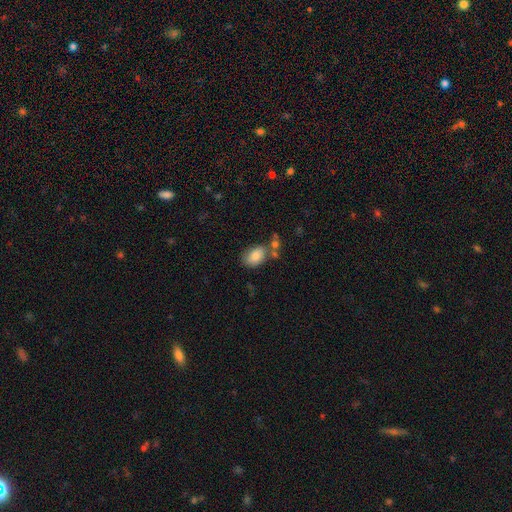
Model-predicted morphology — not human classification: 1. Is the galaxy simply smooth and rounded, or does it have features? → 82% smooth, 10% featured or disk, 8% star or artifact.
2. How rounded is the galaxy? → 86% in between, 13% round, 1% cigar-shaped.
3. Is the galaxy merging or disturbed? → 58% none, 19% minor disturbance, 17% merger, 6% major disturbance.